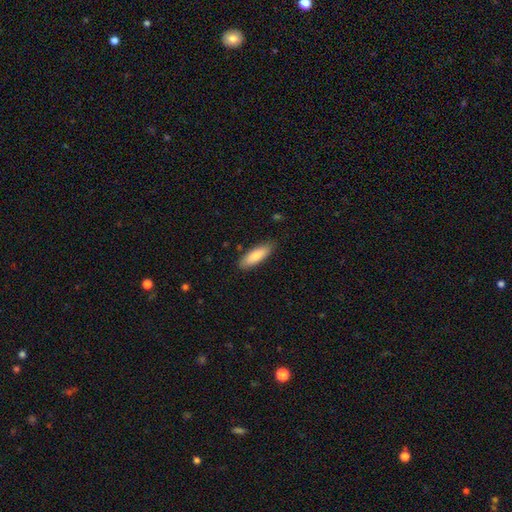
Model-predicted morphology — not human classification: Q: Smooth or featured?
A: smooth (82%); runner-up: featured or disk (12%)
Q: How rounded?
A: in between (58%); runner-up: cigar-shaped (41%)
Q: Merging?
A: none (84%); runner-up: minor disturbance (12%)